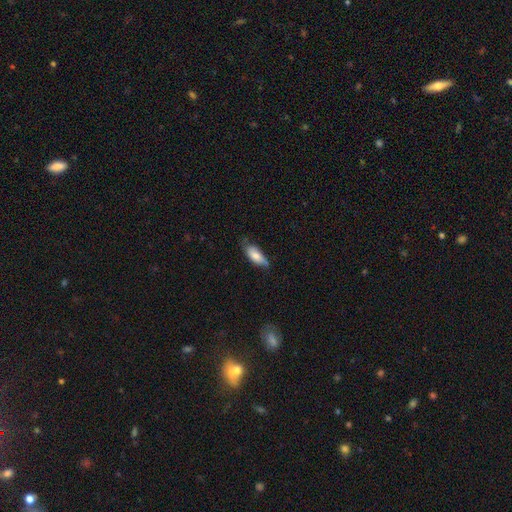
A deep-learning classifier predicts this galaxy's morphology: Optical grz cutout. It shows a smooth galaxy with no disk features (74%) that is in between round and cigar-shaped (78%). Merging: none (62%).